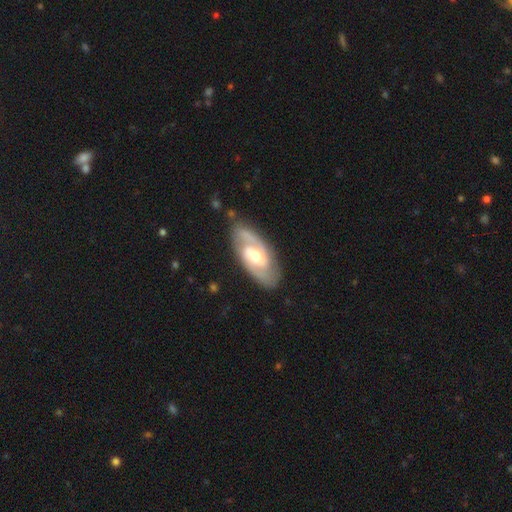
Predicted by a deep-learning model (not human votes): A featured or disk galaxy (81%) with a weak bar (48%), 2 (86%) medium (50%) spiral arms (91%) and a moderate central bulge (65%).

Vote fractions:
- Smooth or featured? featured or disk: 81% / smooth: 14% / star or artifact: 4%
- Edge-on disk? no: 94% / yes: 6%
- Bar? weak: 48% / no: 32% / strong: 20%
- Spiral arms? yes: 91% / no: 9%
- Spiral winding? medium: 50% / tight: 34% / loose: 16%
- Spiral arm count? 2: 86% / can't tell: 7% / 3: 3% / 1: 2% / 4: 1% / more than 4: 1%
- Bulge size? moderate: 65% / small: 24% / large: 9% / none: 1% / dominant: 1%
- Merging? none: 81% / minor disturbance: 13% / major disturbance: 4% / merger: 2%